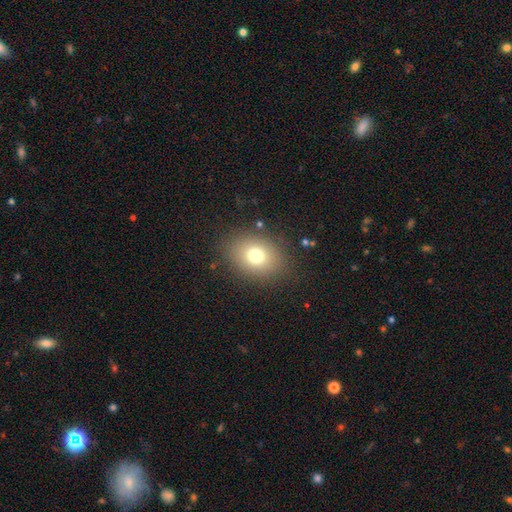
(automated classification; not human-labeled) smooth 76%, star or artifact 13%, featured or disk 11%. Down the decision tree: how rounded — in between (54%); merging — none (84%).